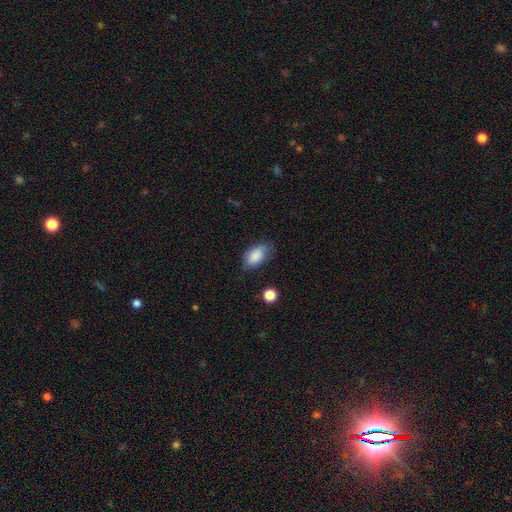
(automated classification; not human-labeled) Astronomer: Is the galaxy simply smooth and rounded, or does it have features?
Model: smooth — 85%.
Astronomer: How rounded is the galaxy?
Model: in between — 92%.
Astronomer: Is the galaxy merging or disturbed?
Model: none — 63%.